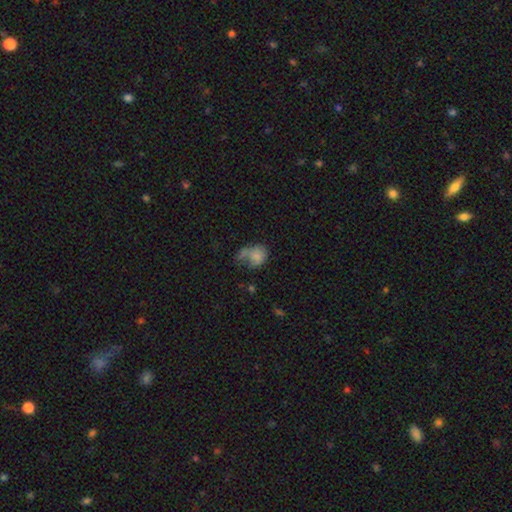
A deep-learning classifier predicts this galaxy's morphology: Overall: smooth (74%). How rounded: in between (53%; round 46%). Merging: none (29%; merger 26%).